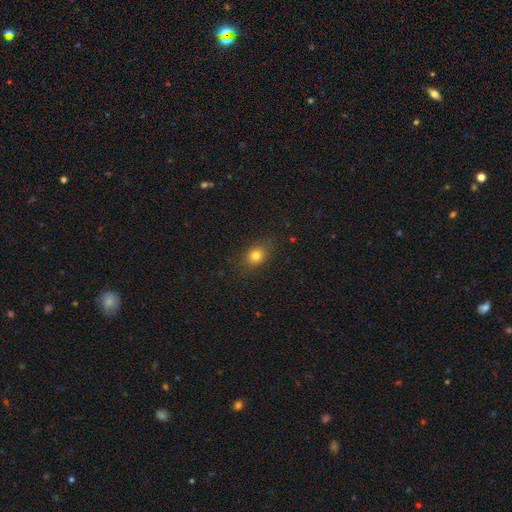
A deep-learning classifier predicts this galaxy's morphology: Smooth or featured?
  - smooth: 79% *
  - star or artifact: 12%
  - featured or disk: 8%
How rounded?
  - round: 53% *
  - in between: 46%
  - cigar-shaped: 2%
Merging?
  - none: 82% *
  - minor disturbance: 13%
  - major disturbance: 4%
  - merger: 1%